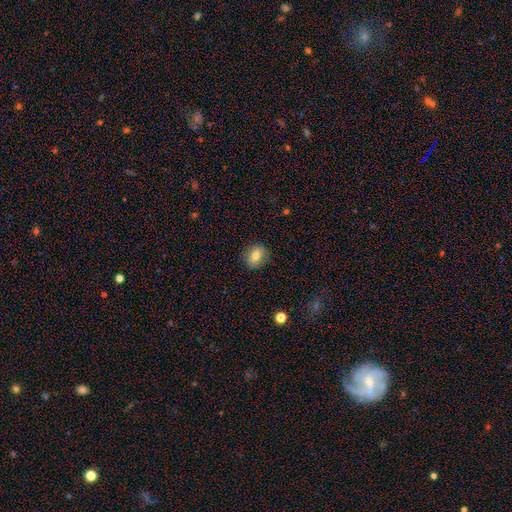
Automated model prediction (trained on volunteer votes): The model was most divided on "how rounded" (2-way tie): round: 49%, in between: 49%, cigar-shaped: 2%. More confident: merging — none (85%); smooth or featured — smooth (75%).